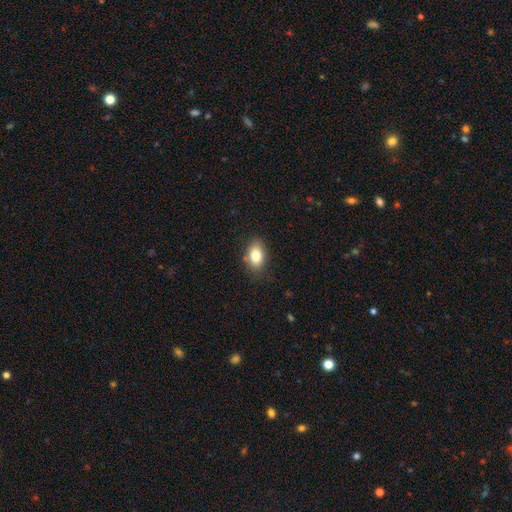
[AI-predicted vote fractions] Q: Smooth or featured?
A: smooth (80%); runner-up: featured or disk (11%)
Q: How rounded?
A: in between (84%); runner-up: round (14%)
Q: Merging?
A: none (83%); runner-up: minor disturbance (13%)